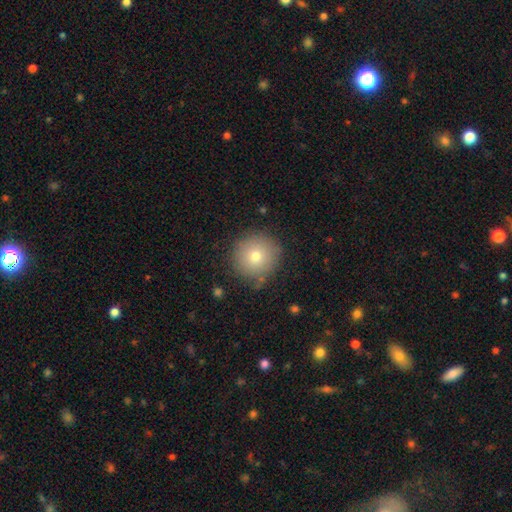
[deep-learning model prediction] Q: Smooth or featured?
A: smooth (74%); runner-up: featured or disk (13%)
Q: How rounded?
A: round (95%); runner-up: in between (4%)
Q: Merging?
A: none (85%); runner-up: minor disturbance (10%)